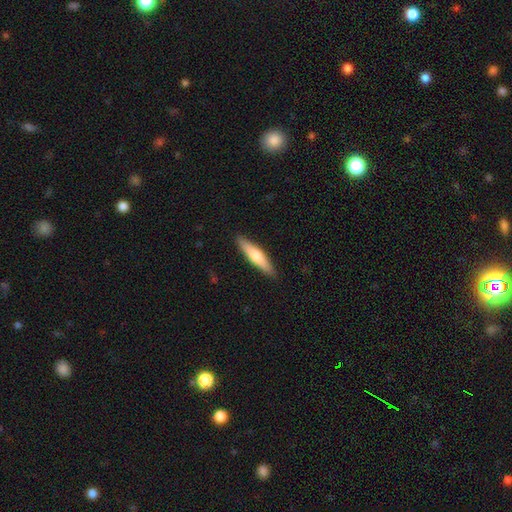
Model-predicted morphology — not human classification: Overall: smooth (62%; featured or disk 33%). How rounded: cigar-shaped (81%). Merging: none (90%).